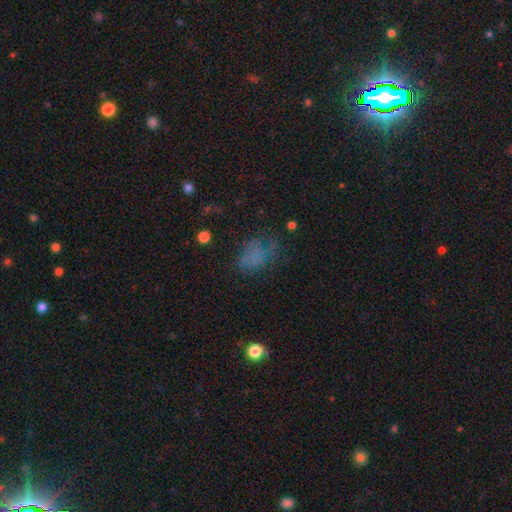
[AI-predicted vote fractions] A smooth galaxy with no disk features (54%) that is in between round and cigar-shaped (72%).

Vote fractions:
- Smooth or featured? smooth: 54% / featured or disk: 25% / star or artifact: 22%
- How rounded? in between: 72% / round: 26% / cigar-shaped: 2%
- Merging? none: 48% / major disturbance: 26% / minor disturbance: 23% / merger: 3%